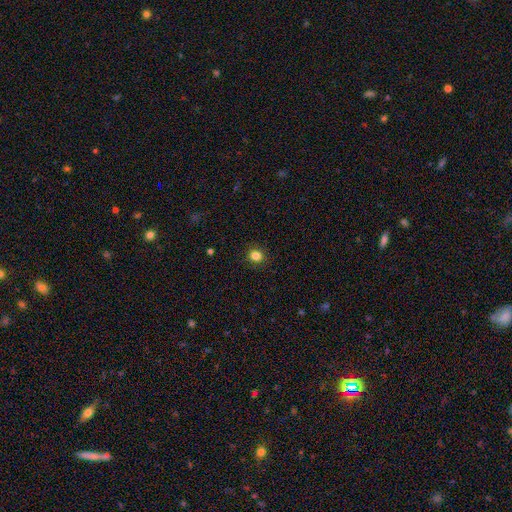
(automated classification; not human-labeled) smooth-or-featured: smooth: 83% | star or artifact: 12% | featured or disk: 4%
  how-rounded: round: 84% | in between: 15% | cigar-shaped: 1%
  merging: none: 90% | minor disturbance: 7% | major disturbance: 2% | merger: 1%